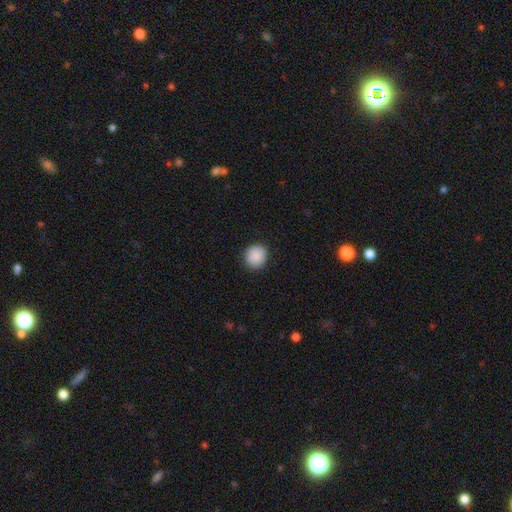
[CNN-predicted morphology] Smooth or featured? smooth (90%)
How rounded? round (87%)
Merging? none (90%)